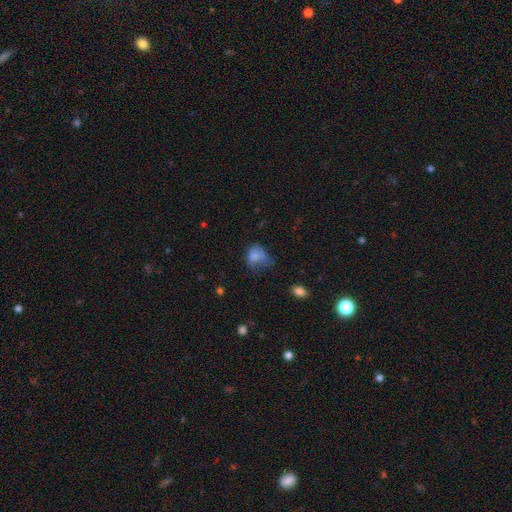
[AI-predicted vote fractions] Morphology: type=smooth (75%); roundness=in between (57%); merging=minor disturbance (34%).